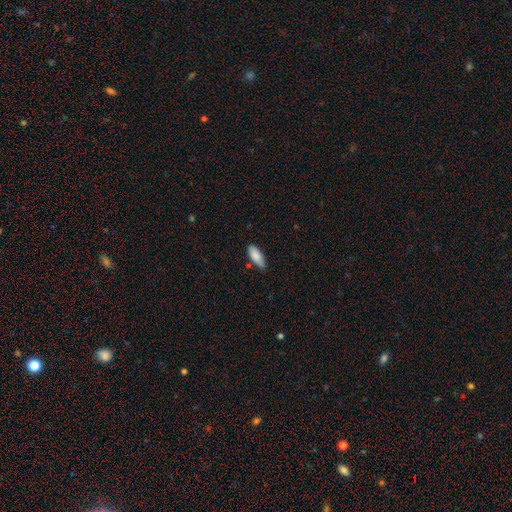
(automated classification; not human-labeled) Smooth or featured: smooth — 86% (featured or disk — 7%)
How rounded: in between — 82% (cigar-shaped — 16%)
Merging: none — 72% (minor disturbance — 22%)